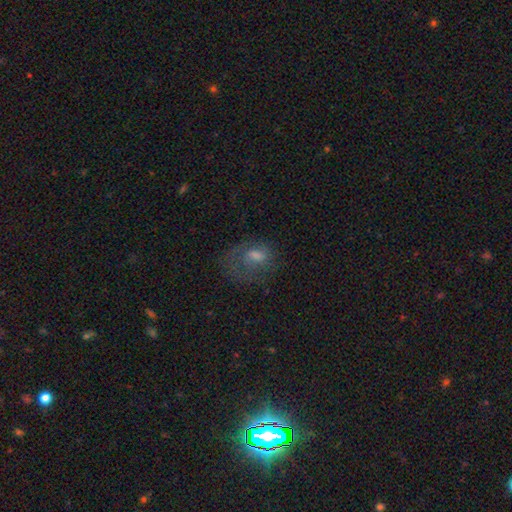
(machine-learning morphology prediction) smooth_or_featured: smooth (p=0.45) [alt: featured or disk p=0.38]
merging: none (p=0.41) [alt: major disturbance p=0.34]